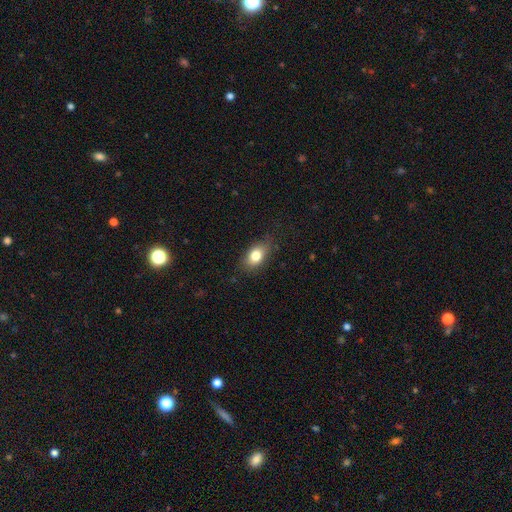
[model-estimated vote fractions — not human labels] Morphology: type=smooth (80%); roundness=in between (82%); merging=none (80%).